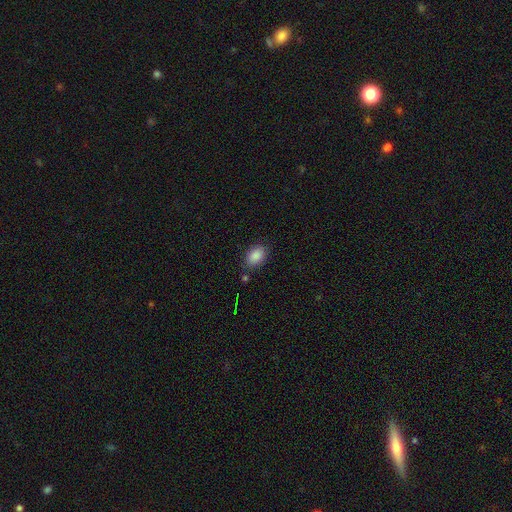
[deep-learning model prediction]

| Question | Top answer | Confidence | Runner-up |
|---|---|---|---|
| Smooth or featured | smooth | 88% | star or artifact (8%) |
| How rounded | in between | 86% | round (12%) |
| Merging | none | 80% | minor disturbance (13%) |